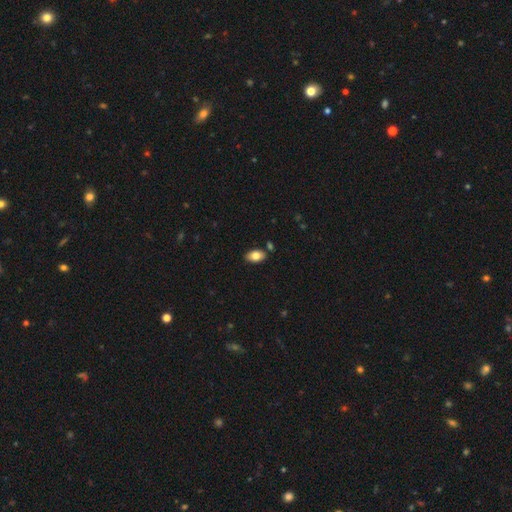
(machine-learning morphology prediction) A smooth galaxy with no disk features (79%) that is in between round and cigar-shaped (92%). Merging: none (84%).